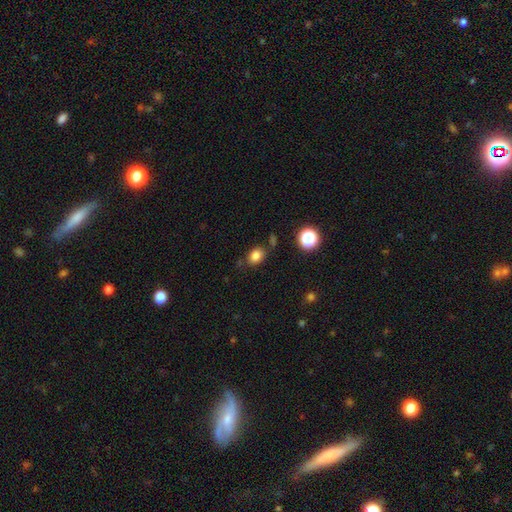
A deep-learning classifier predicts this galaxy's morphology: Smooth or featured? smooth (81%)
How rounded? in between (65%)
Merging? none (75%)